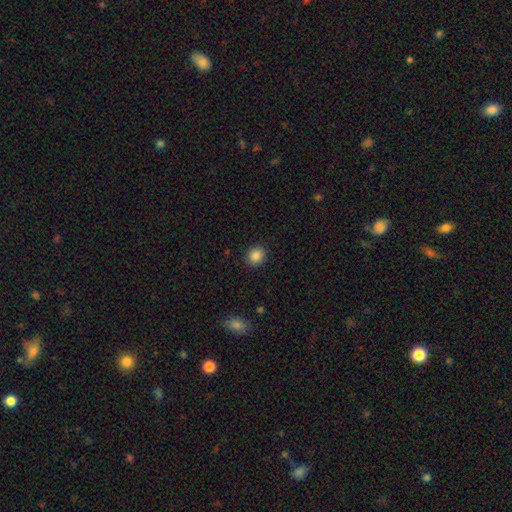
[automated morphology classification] type=smooth (86%); roundness=round (81%); merging=none (91%).